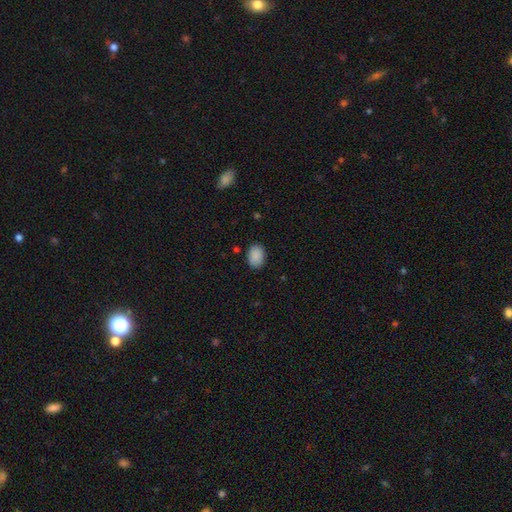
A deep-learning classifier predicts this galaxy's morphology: smooth_or_featured: smooth (p=0.89) [alt: star or artifact p=0.08]
how_rounded: in between (p=0.78) [alt: round p=0.21]
merging: none (p=0.85) [alt: minor disturbance p=0.11]